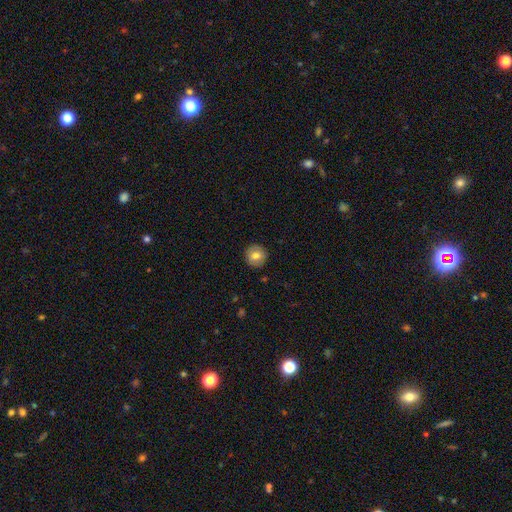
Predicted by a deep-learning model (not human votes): Q: Smooth or featured?
A: smooth (74%); runner-up: featured or disk (18%)
Q: How rounded?
A: round (94%); runner-up: in between (5%)
Q: Merging?
A: none (90%); runner-up: minor disturbance (7%)